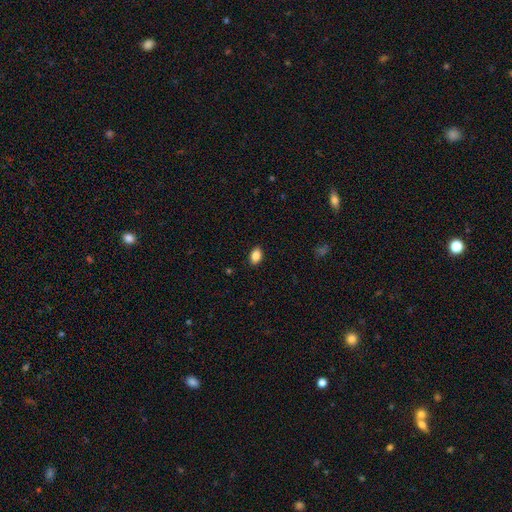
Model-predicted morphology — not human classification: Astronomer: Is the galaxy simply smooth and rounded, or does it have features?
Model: smooth — 86%.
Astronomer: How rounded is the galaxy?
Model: in between — 86%.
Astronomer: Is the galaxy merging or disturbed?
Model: none — 88%.